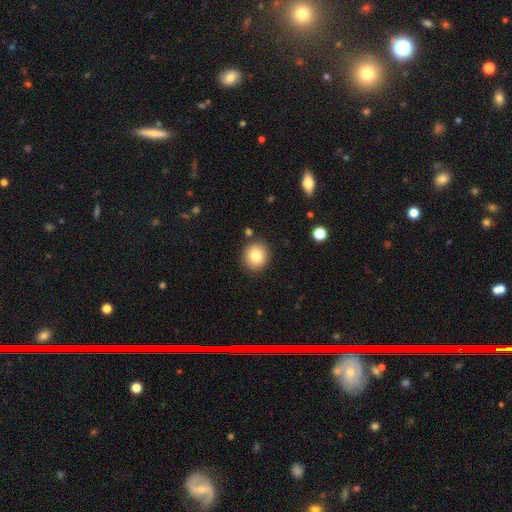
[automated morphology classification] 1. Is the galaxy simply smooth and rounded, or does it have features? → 81% smooth, 10% star or artifact, 9% featured or disk.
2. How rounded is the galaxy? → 83% round, 16% in between, 1% cigar-shaped.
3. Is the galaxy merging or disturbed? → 87% none, 8% minor disturbance, 3% merger, 2% major disturbance.